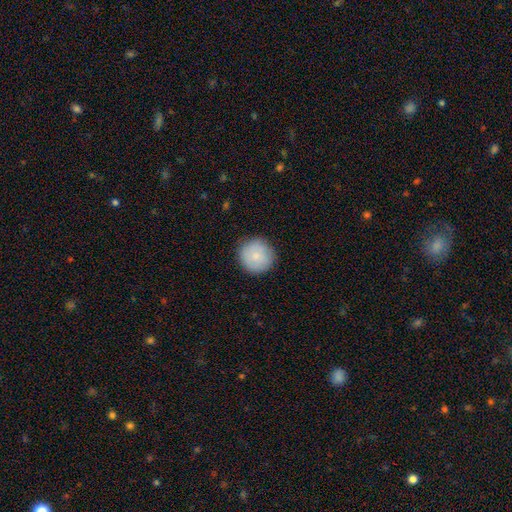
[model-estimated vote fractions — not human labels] Q: Smooth or featured?
A: smooth (83%); runner-up: featured or disk (11%)
Q: How rounded?
A: round (95%); runner-up: in between (4%)
Q: Merging?
A: none (87%); runner-up: minor disturbance (10%)